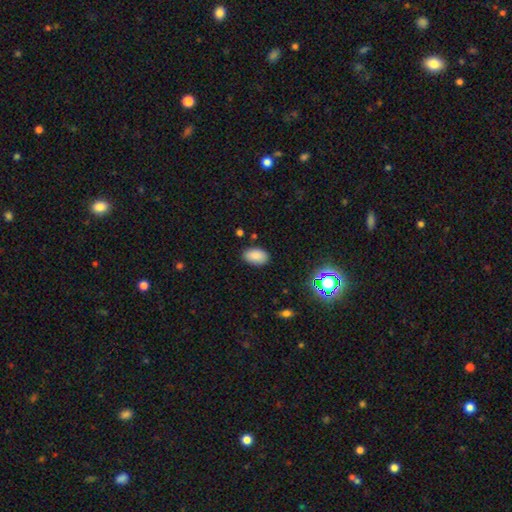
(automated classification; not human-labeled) Morphology: type=smooth (84%); roundness=in between (92%); merging=none (86%).